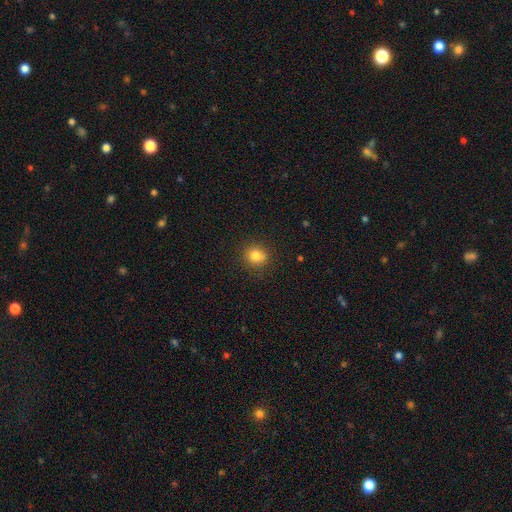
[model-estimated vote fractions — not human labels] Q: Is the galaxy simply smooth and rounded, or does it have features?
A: smooth — 82%.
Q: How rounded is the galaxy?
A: round — 83%.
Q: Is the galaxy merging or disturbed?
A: none — 81%.